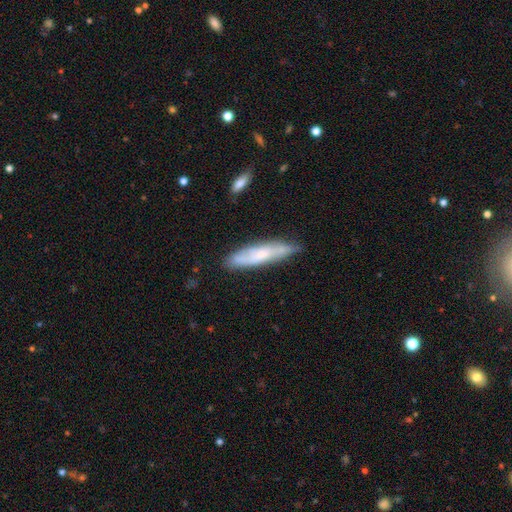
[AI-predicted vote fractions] Smooth or featured: smooth — 50% (featured or disk — 43%)
Merging: none — 78% (minor disturbance — 17%)